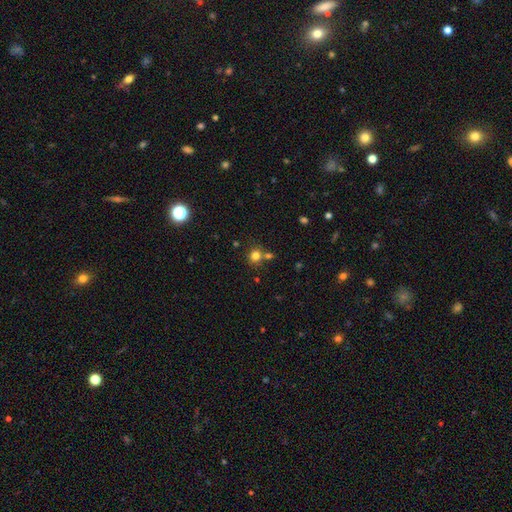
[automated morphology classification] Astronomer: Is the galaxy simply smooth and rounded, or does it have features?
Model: smooth — 79%.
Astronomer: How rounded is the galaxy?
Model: round — 88%.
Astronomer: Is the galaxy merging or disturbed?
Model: none — 67%.